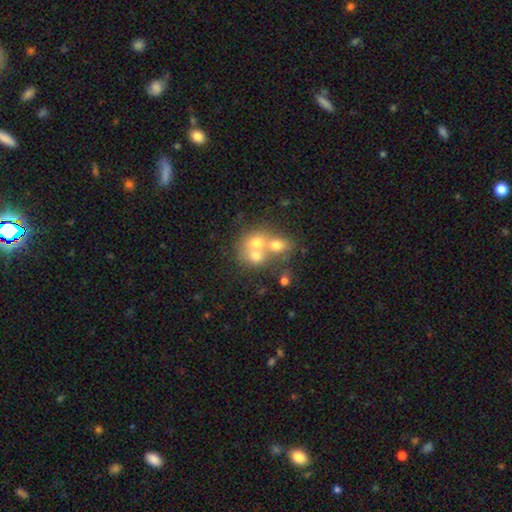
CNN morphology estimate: Smooth or featured? smooth (61%)
How rounded? round (69%)
Merging? merger (63%)